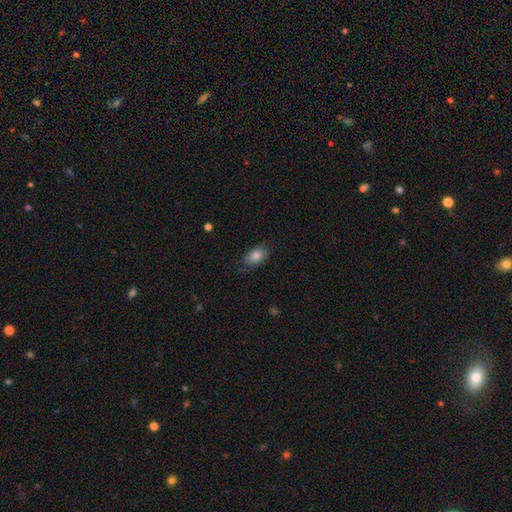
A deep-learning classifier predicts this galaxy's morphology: Smooth or featured? Predicted: smooth (p=0.83). How rounded? Predicted: in between (p=0.88). Merging? Predicted: none (p=0.76).